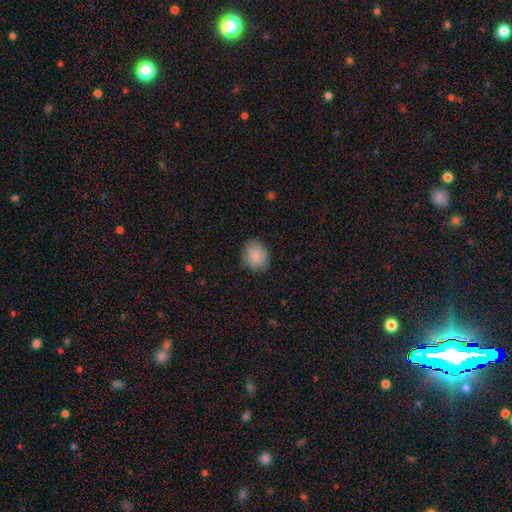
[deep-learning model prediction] The model was most divided on "how rounded": round: 59%, in between: 40%, cigar-shaped: 1%. More confident: smooth or featured — smooth (86%); merging — none (84%).